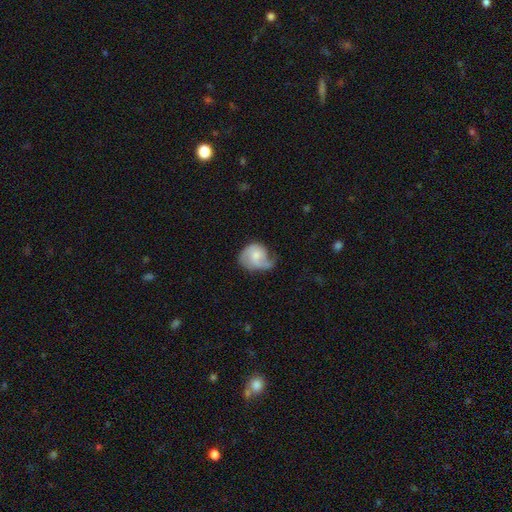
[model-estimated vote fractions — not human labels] Smooth or featured? featured or disk (58%)
Edge-on disk? no (98%)
Bar? no (70%)
Spiral arms? yes (86%)
Bulge size? small (43%)
Merging? none (38%)